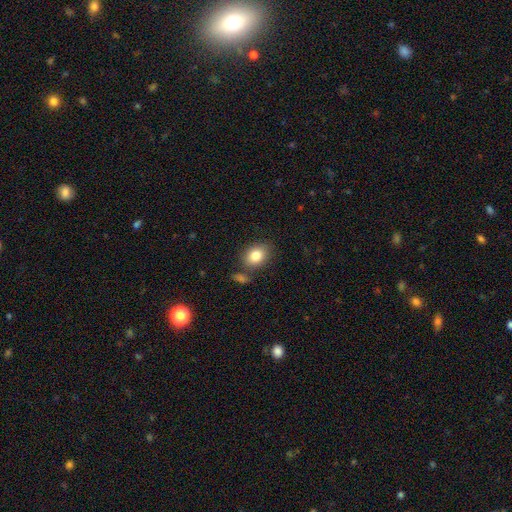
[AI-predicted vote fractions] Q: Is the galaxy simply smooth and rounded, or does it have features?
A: smooth — 83%.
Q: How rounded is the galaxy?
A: in between — 63%.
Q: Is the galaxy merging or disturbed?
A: none — 73%.